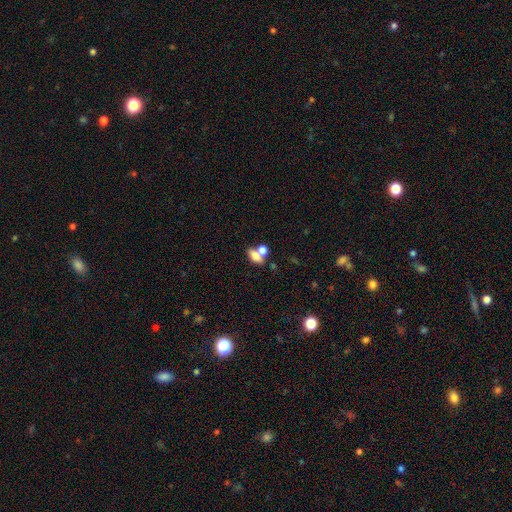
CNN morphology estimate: Smooth or featured? Predicted: smooth (p=0.71). How rounded? Predicted: in between (p=0.79). Merging? Predicted: merger (p=0.45).